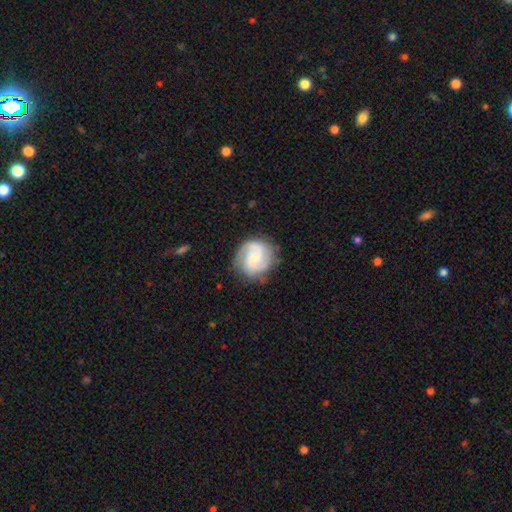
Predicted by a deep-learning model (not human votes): Smooth or featured: featured or disk — 75% (smooth — 19%)
Edge-on disk: no — 98% (yes — 2%)
Bar: no — 48% (weak — 43%)
Spiral arms: yes — 95% (no — 5%)
Spiral winding: medium — 48% (tight — 33%)
Spiral arm count: 2 — 78% (can't tell — 9%)
Bulge size: small — 56% (moderate — 34%)
Merging: none — 77% (minor disturbance — 15%)